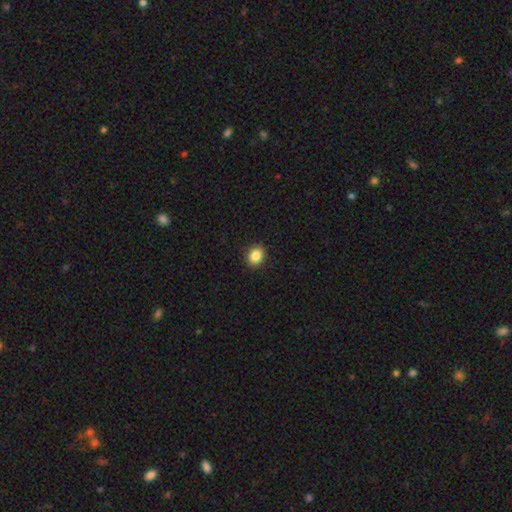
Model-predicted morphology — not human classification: A smooth galaxy with no disk features (86%) that is round (59%).

Vote fractions:
- Smooth or featured? smooth: 86% / star or artifact: 9% / featured or disk: 4%
- How rounded? round: 59% / in between: 40% / cigar-shaped: 1%
- Merging? none: 91% / minor disturbance: 6% / major disturbance: 2% / merger: 1%